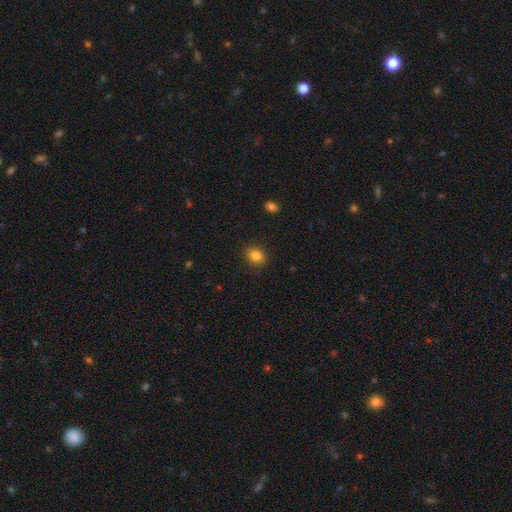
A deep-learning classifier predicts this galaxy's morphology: Smooth or featured? Predicted: smooth (p=0.84). How rounded? Predicted: round (p=0.56). Merging? Predicted: none (p=0.87).